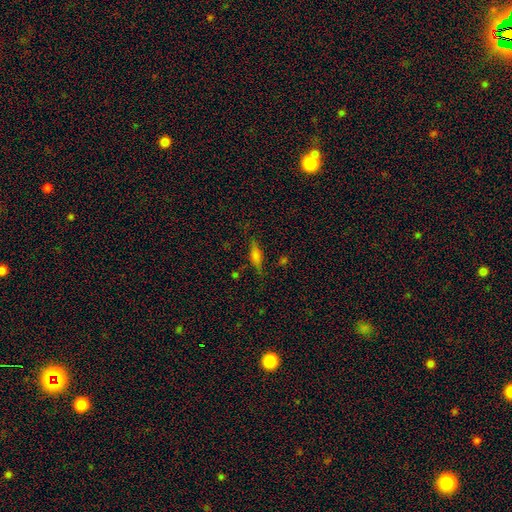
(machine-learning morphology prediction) type=smooth (57%); roundness=cigar-shaped (52%); merging=none (75%).